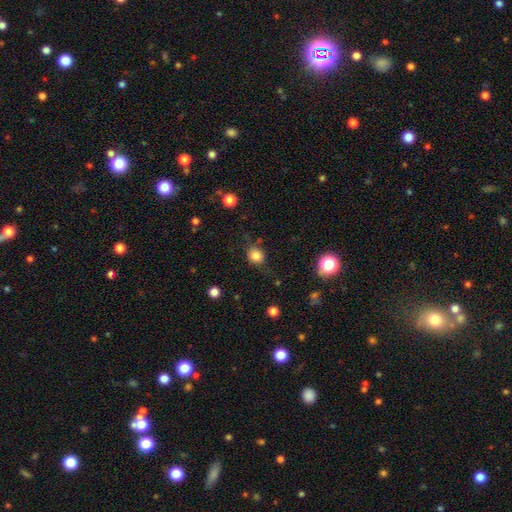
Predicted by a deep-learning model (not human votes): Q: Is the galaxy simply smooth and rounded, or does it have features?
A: smooth — 82%.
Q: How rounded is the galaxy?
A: round — 78%.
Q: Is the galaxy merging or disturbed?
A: none — 74%.